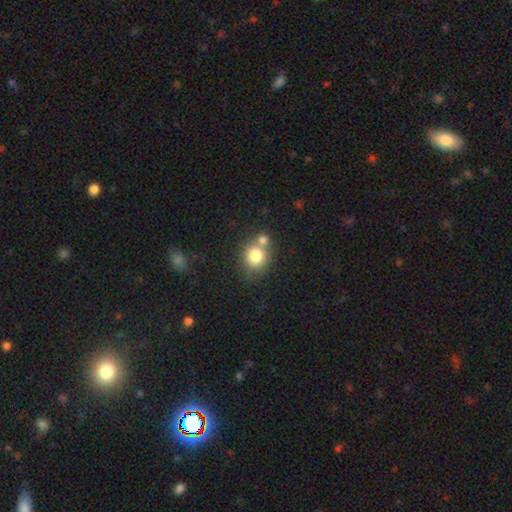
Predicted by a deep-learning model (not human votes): smooth-or-featured: smooth: 79% | featured or disk: 11% | star or artifact: 10%
  how-rounded: round: 77% | in between: 22% | cigar-shaped: 1%
  merging: none: 49% | merger: 37% | minor disturbance: 10% | major disturbance: 4%